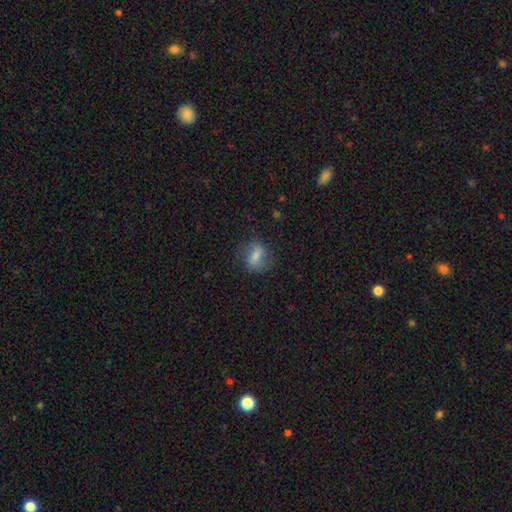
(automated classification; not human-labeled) Smooth or featured? Predicted: smooth (p=0.66). How rounded? Predicted: in between (p=0.63). Merging? Predicted: none (p=0.70).